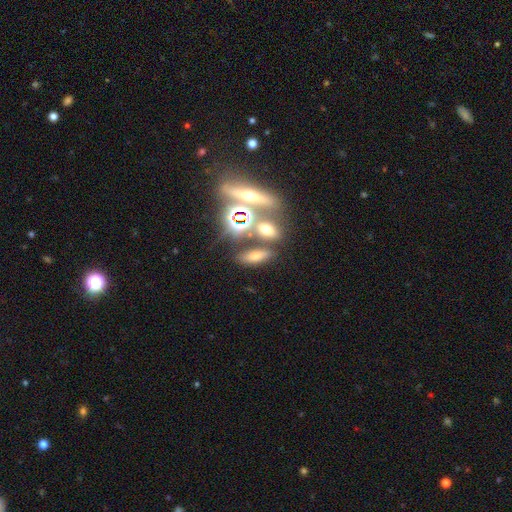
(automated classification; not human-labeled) Smooth or featured?
  - smooth: 59% *
  - star or artifact: 23%
  - featured or disk: 18%
How rounded?
  - in between: 63% *
  - cigar-shaped: 27%
  - round: 10%
Merging?
  - none: 67% *
  - merger: 17%
  - minor disturbance: 11%
  - major disturbance: 5%